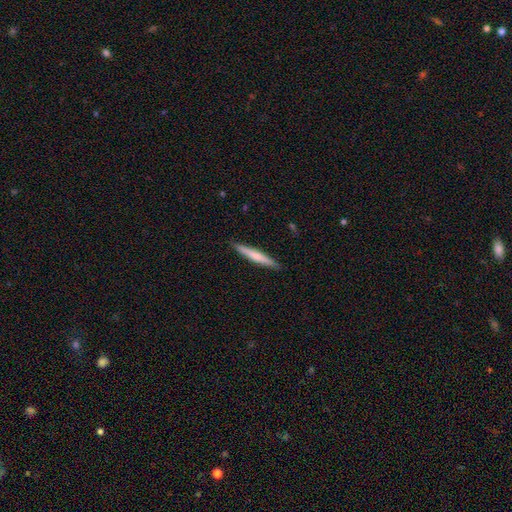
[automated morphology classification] Overall: smooth (60%; featured or disk 34%). How rounded: cigar-shaped (95%). Merging: none (91%).